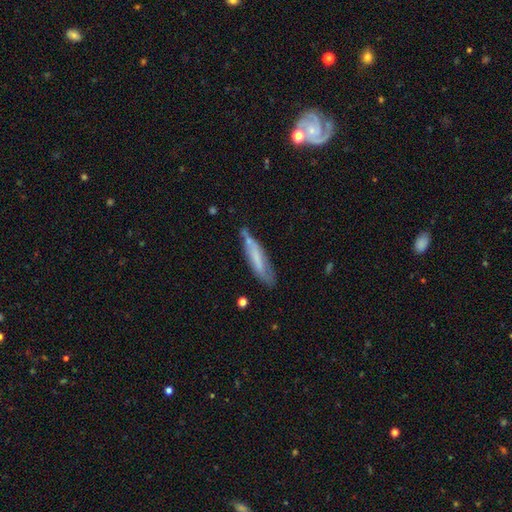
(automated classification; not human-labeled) Q: Smooth or featured?
A: smooth (57%); runner-up: featured or disk (35%)
Q: How rounded?
A: cigar-shaped (81%); runner-up: in between (18%)
Q: Merging?
A: none (61%); runner-up: minor disturbance (27%)